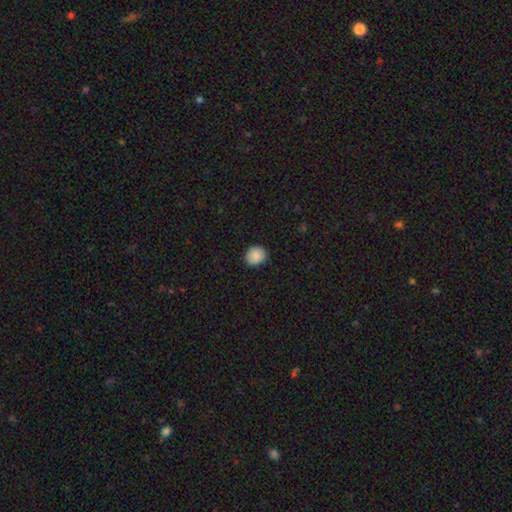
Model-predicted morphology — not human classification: smooth_or_featured: smooth (p=0.87) [alt: star or artifact p=0.08]
how_rounded: round (p=0.79) [alt: in between p=0.20]
merging: none (p=0.88) [alt: minor disturbance p=0.10]